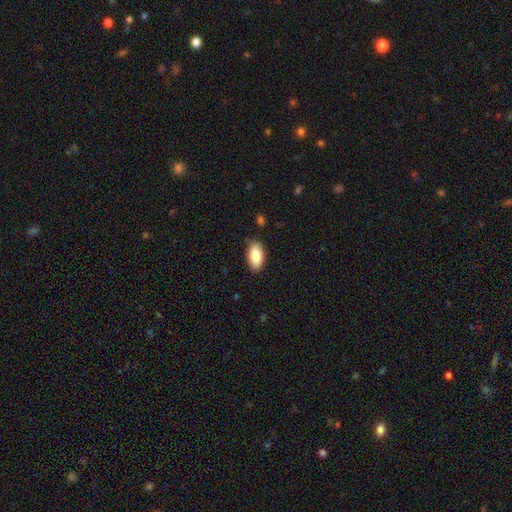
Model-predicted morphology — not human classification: The model was most divided on "merging": none: 86%, minor disturbance: 10%, major disturbance: 2%, merger: 1%. More confident: how rounded — in between (94%); smooth or featured — smooth (85%).